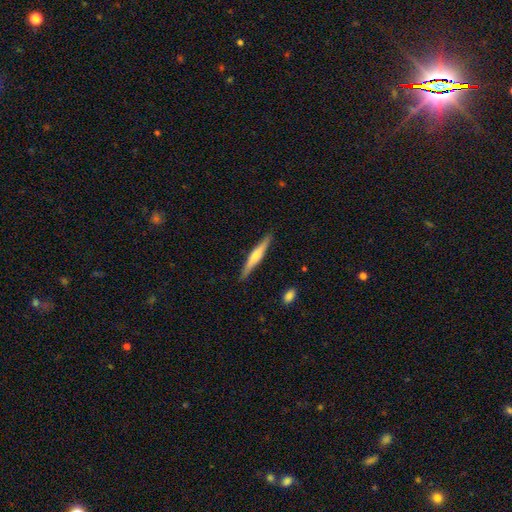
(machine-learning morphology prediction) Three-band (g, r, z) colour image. It shows a featured or disk galaxy (48%). Merging: none (88%).